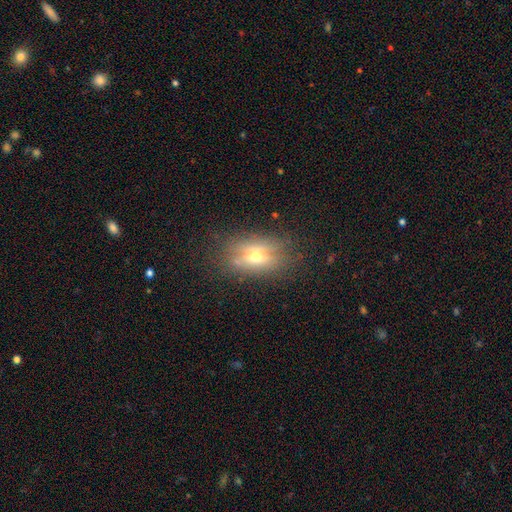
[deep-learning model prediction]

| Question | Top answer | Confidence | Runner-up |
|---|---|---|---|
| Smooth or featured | smooth | 46% | featured or disk (41%) |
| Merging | none | 72% | minor disturbance (18%) |